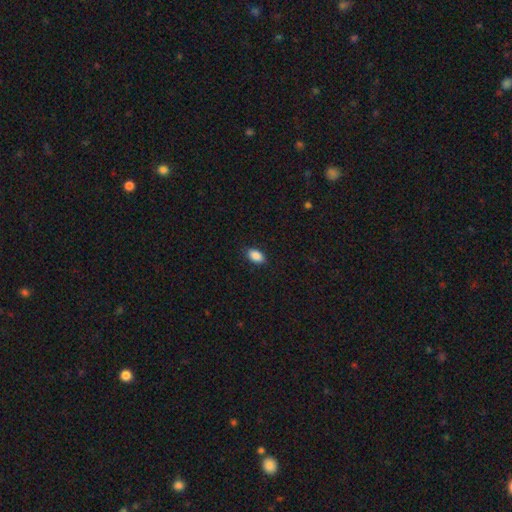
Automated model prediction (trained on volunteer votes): Smooth or featured?
  - smooth: 89% *
  - star or artifact: 8%
  - featured or disk: 4%
How rounded?
  - in between: 92% *
  - round: 6%
  - cigar-shaped: 2%
Merging?
  - none: 88% *
  - minor disturbance: 9%
  - major disturbance: 2%
  - merger: 1%